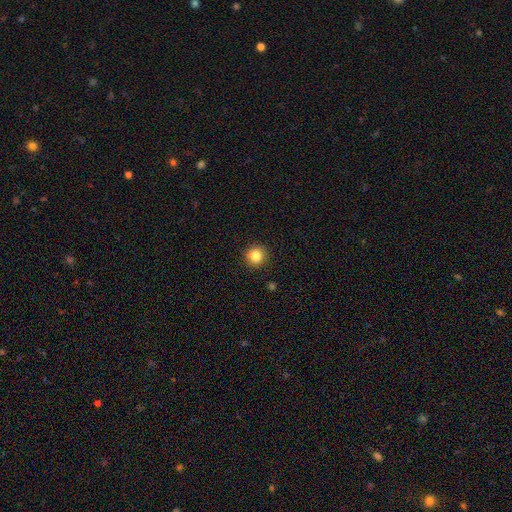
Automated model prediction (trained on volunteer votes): A smooth galaxy with no disk features (84%) that is round (93%).

Vote fractions:
- Smooth or featured? smooth: 84% / star or artifact: 11% / featured or disk: 5%
- How rounded? round: 93% / in between: 6% / cigar-shaped: 1%
- Merging? none: 92% / minor disturbance: 5% / major disturbance: 2% / merger: 1%